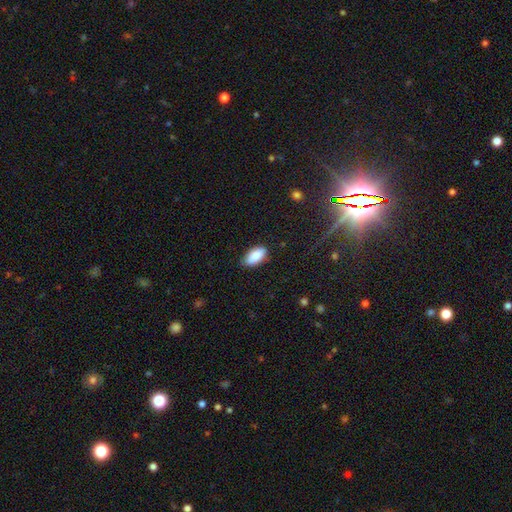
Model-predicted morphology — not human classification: Smooth or featured? smooth (88%)
How rounded? in between (91%)
Merging? none (83%)